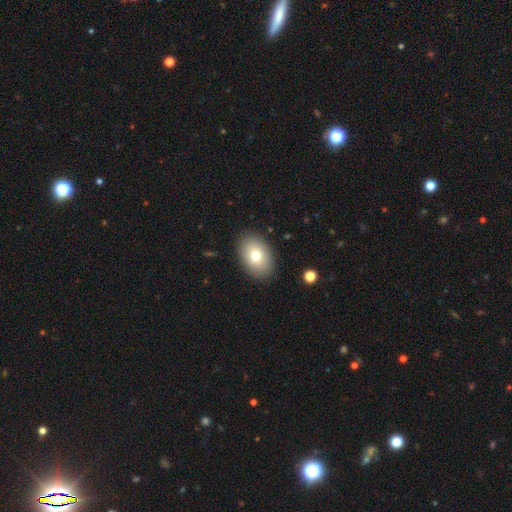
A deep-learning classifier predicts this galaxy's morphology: Overall: smooth (77%). How rounded: in between (84%). Merging: none (88%).